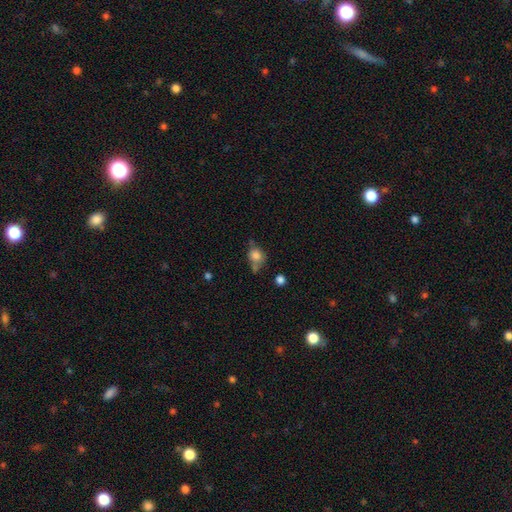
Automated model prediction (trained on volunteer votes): smooth-or-featured: smooth: 79% | star or artifact: 11% | featured or disk: 10%
  how-rounded: round: 69% | in between: 30% | cigar-shaped: 1%
  merging: none: 46% | merger: 23% | minor disturbance: 22% | major disturbance: 9%